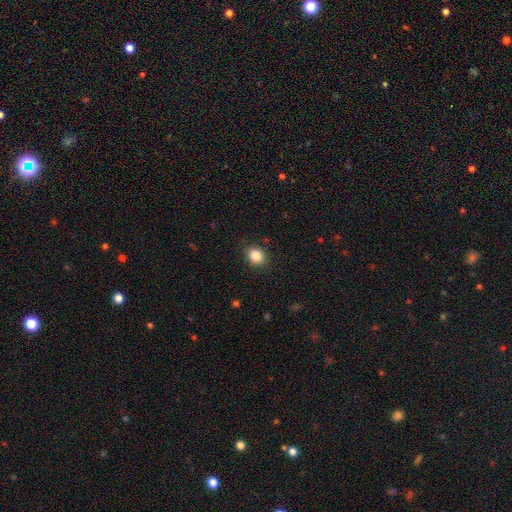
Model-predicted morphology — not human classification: smooth_or_featured: smooth (p=0.85) [alt: star or artifact p=0.10]
how_rounded: in between (p=0.50) [alt: round p=0.49]
merging: none (p=0.88) [alt: minor disturbance p=0.08]